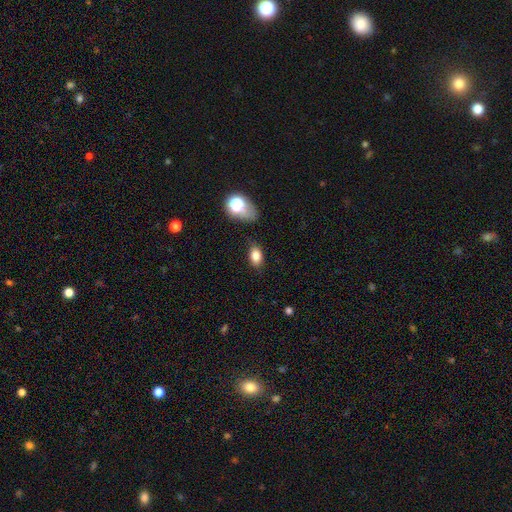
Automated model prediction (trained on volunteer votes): smooth_or_featured: smooth (p=0.82) [alt: star or artifact p=0.10]
how_rounded: in between (p=0.86) [alt: round p=0.12]
merging: none (p=0.73) [alt: minor disturbance p=0.17]